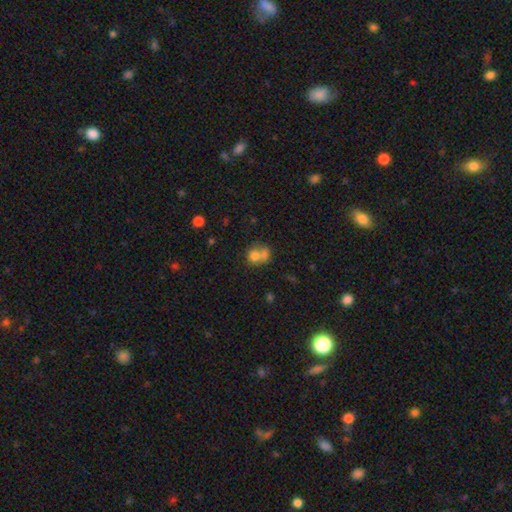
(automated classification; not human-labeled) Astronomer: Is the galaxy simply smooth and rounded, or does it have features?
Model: smooth — 73%.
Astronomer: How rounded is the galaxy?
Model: round — 67%.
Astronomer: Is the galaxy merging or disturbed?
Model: merger — 60%.